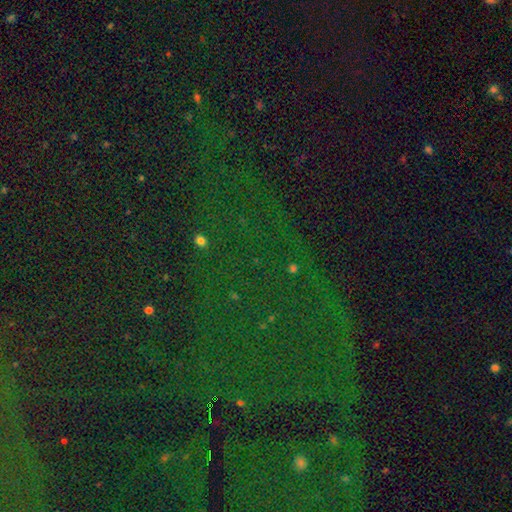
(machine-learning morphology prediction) A star or artifact, not a galaxy (82%).

Vote fractions:
- Smooth or featured? star or artifact: 82% / smooth: 10% / featured or disk: 8%